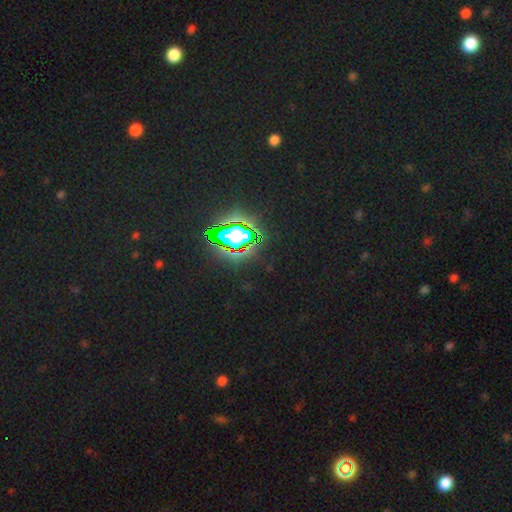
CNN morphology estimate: star or artifact 80%, smooth 13%, featured or disk 8%.